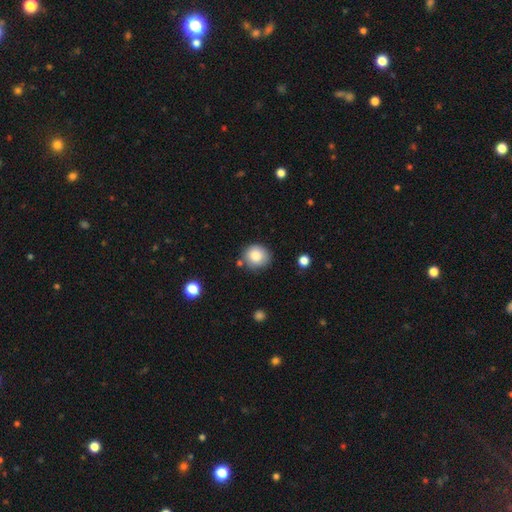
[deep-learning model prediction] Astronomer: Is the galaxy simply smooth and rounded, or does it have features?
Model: smooth — 85%.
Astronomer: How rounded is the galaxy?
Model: round — 84%.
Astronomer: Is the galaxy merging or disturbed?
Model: none — 77%.